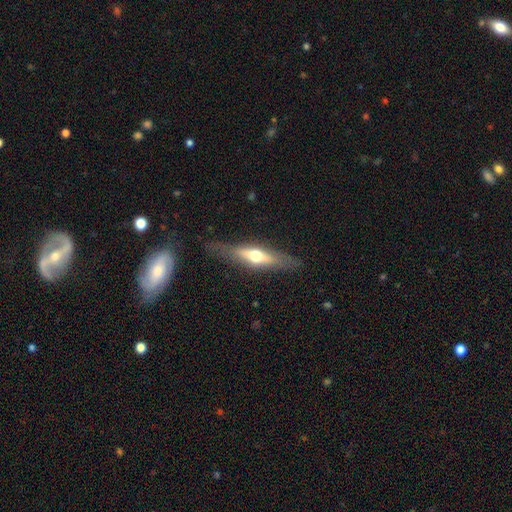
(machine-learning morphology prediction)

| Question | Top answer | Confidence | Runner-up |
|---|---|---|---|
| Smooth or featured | featured or disk | 56% | smooth (38%) |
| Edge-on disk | yes | 87% | no (13%) |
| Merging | none | 81% | minor disturbance (13%) |